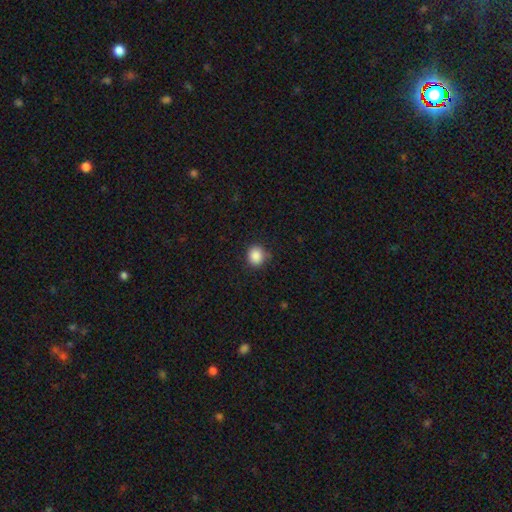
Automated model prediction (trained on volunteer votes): smooth_or_featured: smooth (p=0.88) [alt: star or artifact p=0.09]
how_rounded: round (p=0.78) [alt: in between p=0.21]
merging: none (p=0.83) [alt: minor disturbance p=0.13]